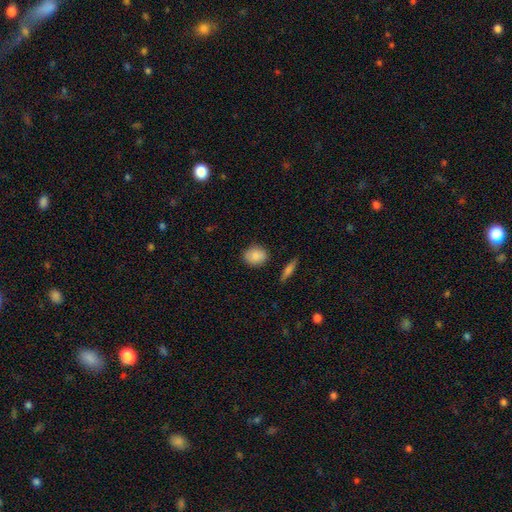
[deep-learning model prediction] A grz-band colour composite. It shows a smooth galaxy with no disk features (87%) that is round (65%). Merging: none (85%).